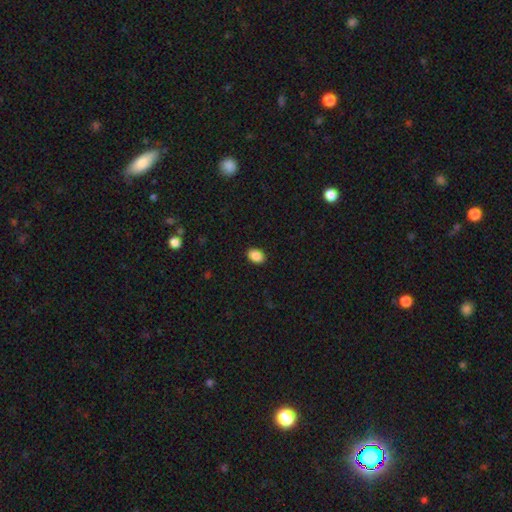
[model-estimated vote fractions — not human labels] The model was most divided on "how rounded": in between: 72%, round: 27%, cigar-shaped: 1%. More confident: merging — none (91%); smooth or featured — smooth (89%).